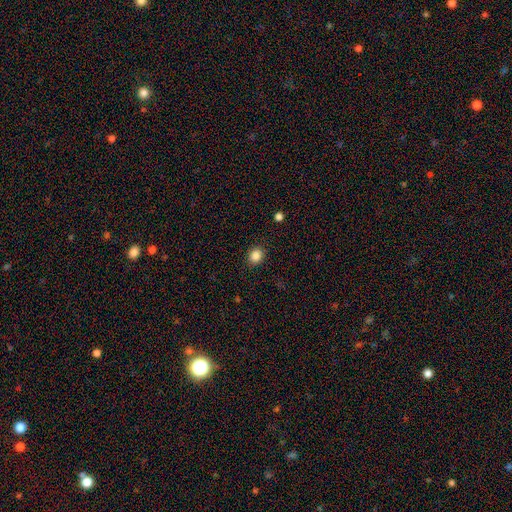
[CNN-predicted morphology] Smooth or featured? Predicted: smooth (p=0.86). How rounded? Predicted: round (p=0.66). Merging? Predicted: none (p=0.90).